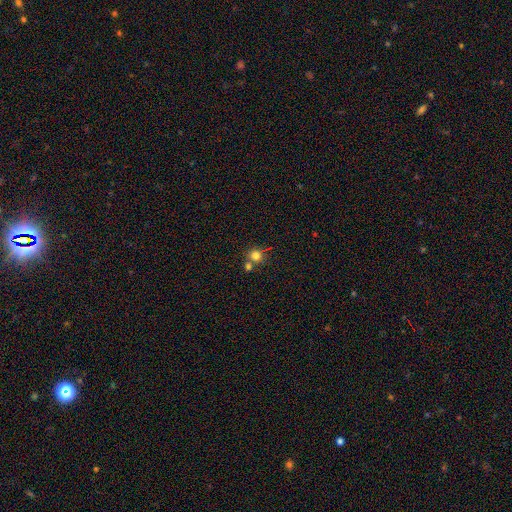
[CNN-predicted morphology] A smooth galaxy with no disk features (77%) that is round (88%).

Vote fractions:
- Smooth or featured? smooth: 77% / star or artifact: 14% / featured or disk: 9%
- How rounded? round: 88% / in between: 11% / cigar-shaped: 1%
- Merging? none: 58% / merger: 28% / minor disturbance: 10% / major disturbance: 4%